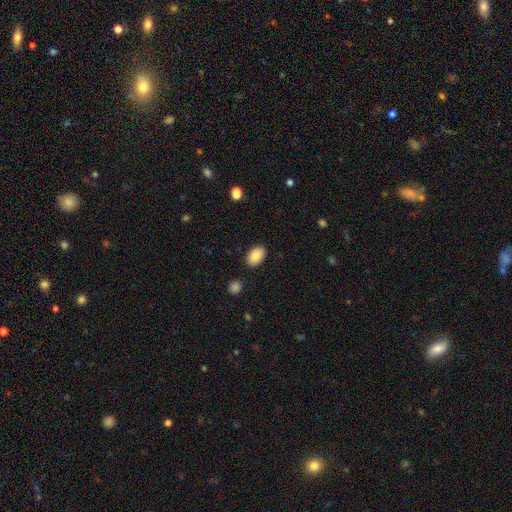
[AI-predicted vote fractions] The model was most divided on "merging": none: 88%, minor disturbance: 9%, major disturbance: 2%, merger: 2%. More confident: how rounded — in between (91%); smooth or featured — smooth (88%).